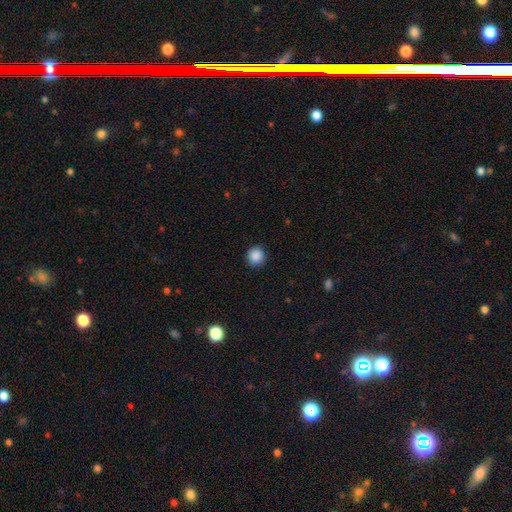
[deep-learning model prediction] Smooth or featured? smooth (89%)
How rounded? round (93%)
Merging? none (91%)